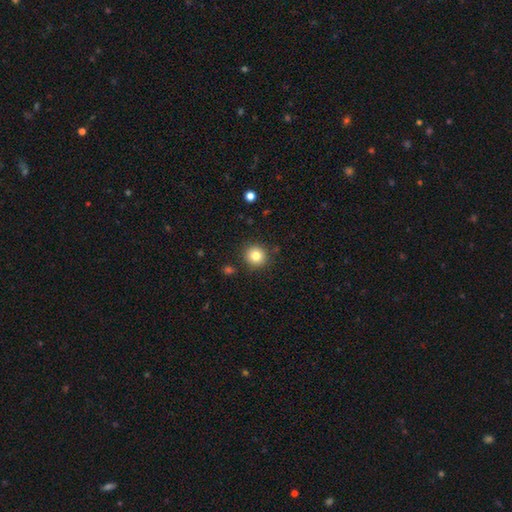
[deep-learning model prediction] Overall: smooth (82%). How rounded: round (92%). Merging: none (89%).